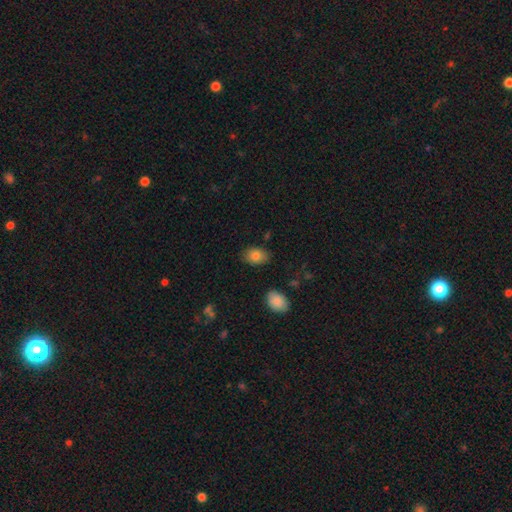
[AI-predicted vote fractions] This appears to be a smooth galaxy with no disk features (82%) that is in between round and cigar-shaped (83%). Merging: none (82%).